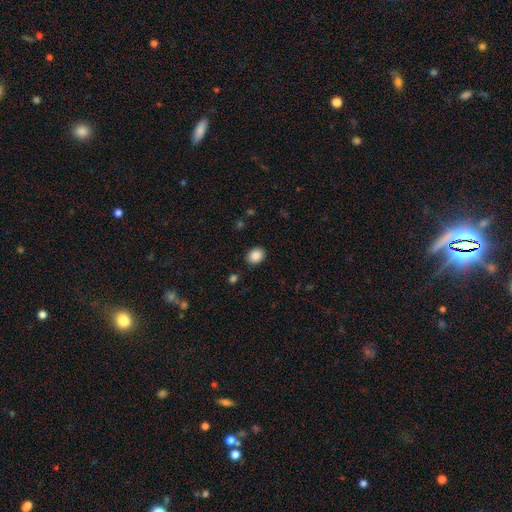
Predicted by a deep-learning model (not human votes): Morphology: type=smooth (88%); roundness=in between (51%); merging=none (88%).